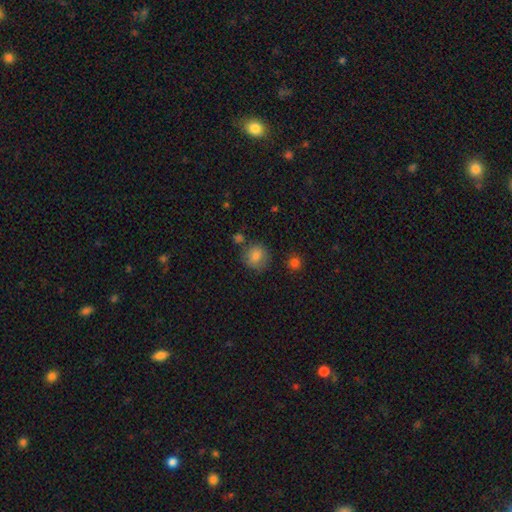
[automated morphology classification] smooth 80%, star or artifact 10%, featured or disk 10%. Down the decision tree: how rounded — round (84%); merging — none (76%).